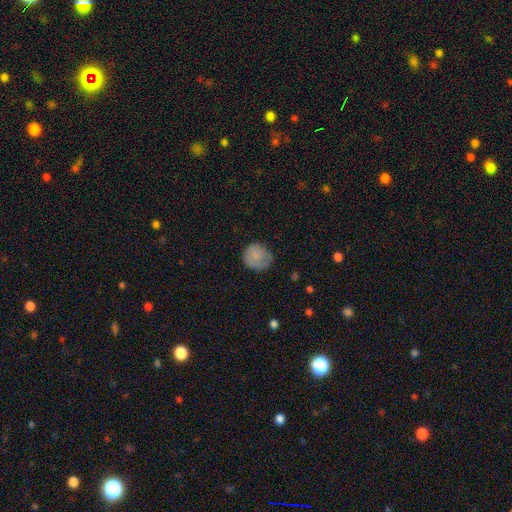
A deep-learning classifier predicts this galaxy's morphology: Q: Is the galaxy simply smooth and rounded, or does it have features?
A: smooth — 78%.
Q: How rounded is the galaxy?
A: round — 82%.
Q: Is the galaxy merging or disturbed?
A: none — 66%.